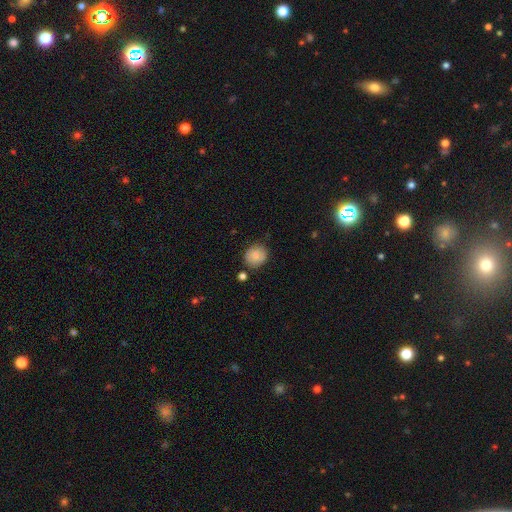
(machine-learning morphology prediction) Smooth or featured? Predicted: smooth (p=0.80). How rounded? Predicted: round (p=0.79). Merging? Predicted: none (p=0.80).